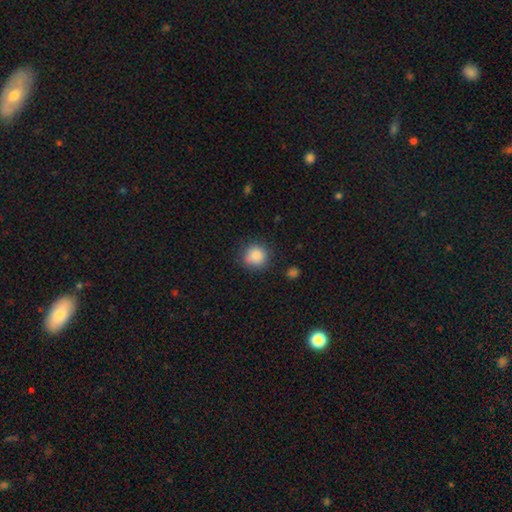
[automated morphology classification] This is clearly a smooth galaxy (87%). How rounded: clearly round (89%). Merging: clearly none (82%).